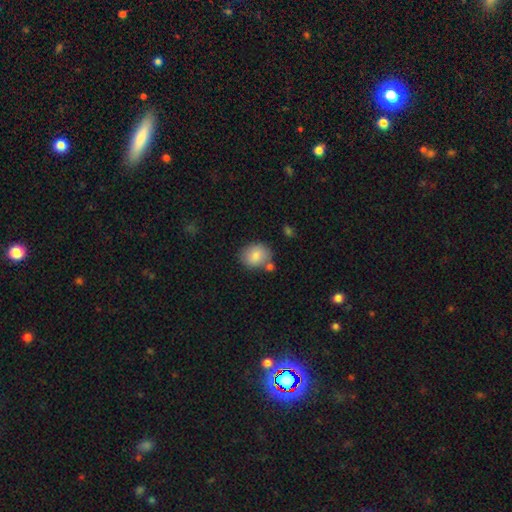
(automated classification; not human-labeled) Q: Smooth or featured?
A: smooth (83%); runner-up: featured or disk (9%)
Q: How rounded?
A: round (59%); runner-up: in between (41%)
Q: Merging?
A: none (70%); runner-up: minor disturbance (15%)